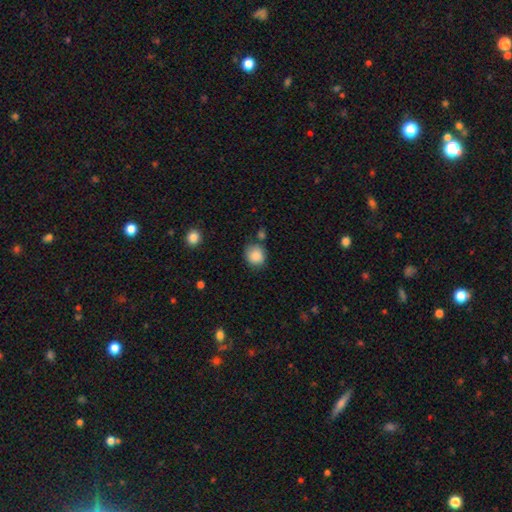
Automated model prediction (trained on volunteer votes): Smooth or featured: smooth — 88% (star or artifact — 8%)
How rounded: round — 81% (in between — 18%)
Merging: none — 73% (minor disturbance — 16%)